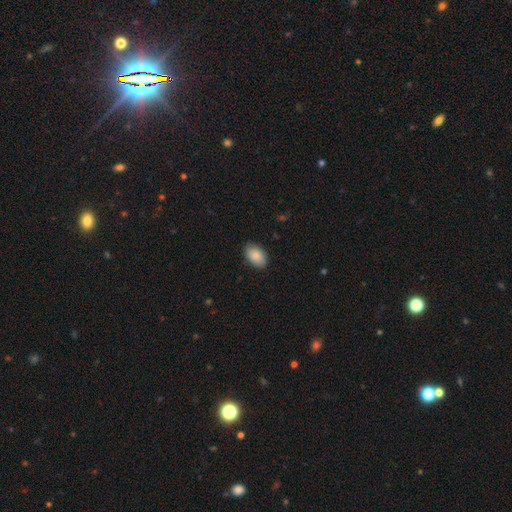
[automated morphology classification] Smooth or featured? Predicted: smooth (p=0.87). How rounded? Predicted: in between (p=0.91). Merging? Predicted: none (p=0.86).